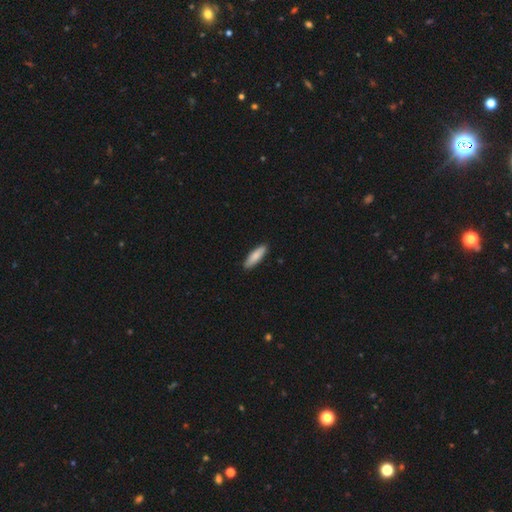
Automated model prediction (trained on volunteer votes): Morphology: type=smooth (84%); roundness=cigar-shaped (58%); merging=none (89%).